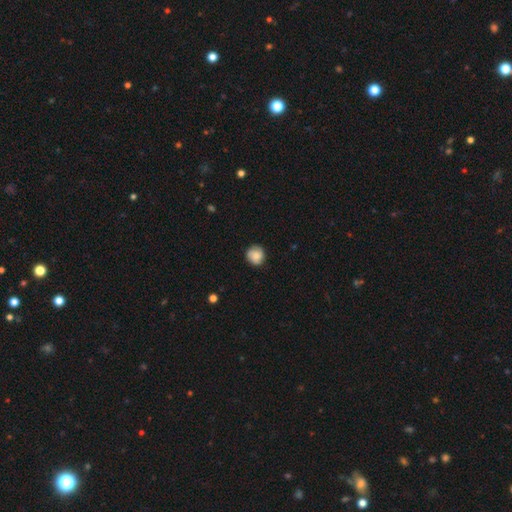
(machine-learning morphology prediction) This is likely a smooth galaxy (79%). How rounded: clearly round (86%). Merging: likely none (79%).